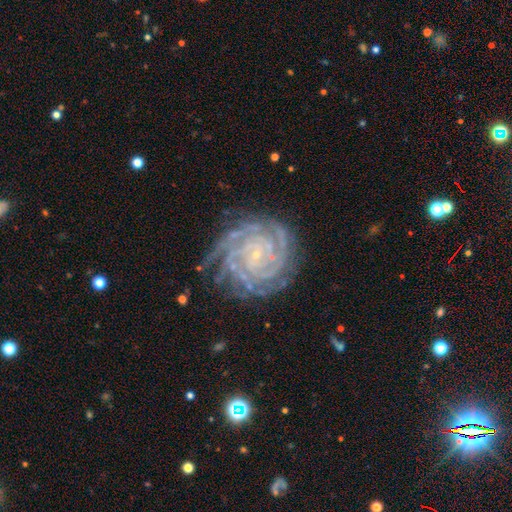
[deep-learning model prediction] Q: Smooth or featured?
A: featured or disk (90%); runner-up: star or artifact (6%)
Q: Edge-on disk?
A: no (98%); runner-up: yes (2%)
Q: Bar?
A: no (68%); runner-up: weak (22%)
Q: Spiral arms?
A: yes (98%); runner-up: no (2%)
Q: Spiral winding?
A: tight (86%); runner-up: medium (12%)
Q: Spiral arm count?
A: 4 (28%); runner-up: 3 (19%)
Q: Bulge size?
A: small (87%); runner-up: moderate (6%)
Q: Merging?
A: none (76%); runner-up: minor disturbance (17%)